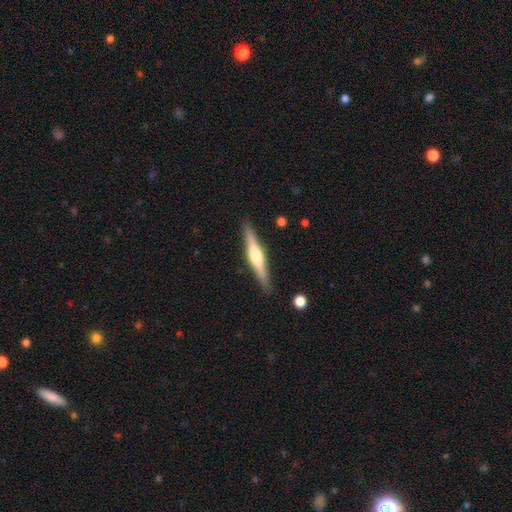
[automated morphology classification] Q: Smooth or featured?
A: featured or disk (63%); runner-up: smooth (32%)
Q: Edge-on disk?
A: yes (97%); runner-up: no (3%)
Q: Edge-on bulge?
A: rounded (87%); runner-up: boxy (8%)
Q: Merging?
A: none (89%); runner-up: minor disturbance (8%)